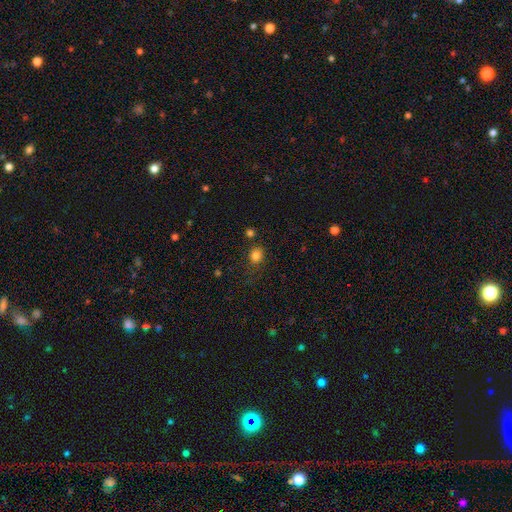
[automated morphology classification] A smooth galaxy with no disk features (81%) that is round (63%).

Vote fractions:
- Smooth or featured? smooth: 81% / star or artifact: 13% / featured or disk: 5%
- How rounded? round: 63% / in between: 36% / cigar-shaped: 1%
- Merging? none: 73% / minor disturbance: 17% / major disturbance: 6% / merger: 5%